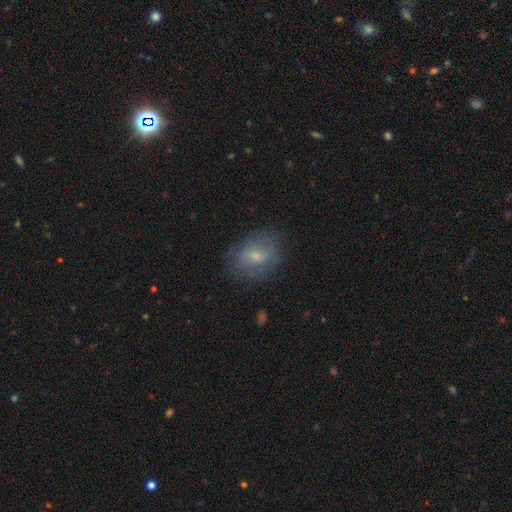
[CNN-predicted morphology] A smooth galaxy with no disk features (52%) that is in between round and cigar-shaped (63%).

Vote fractions:
- Smooth or featured? smooth: 52% / featured or disk: 39% / star or artifact: 9%
- How rounded? in between: 63% / round: 35% / cigar-shaped: 2%
- Merging? none: 71% / minor disturbance: 19% / major disturbance: 9% / merger: 1%